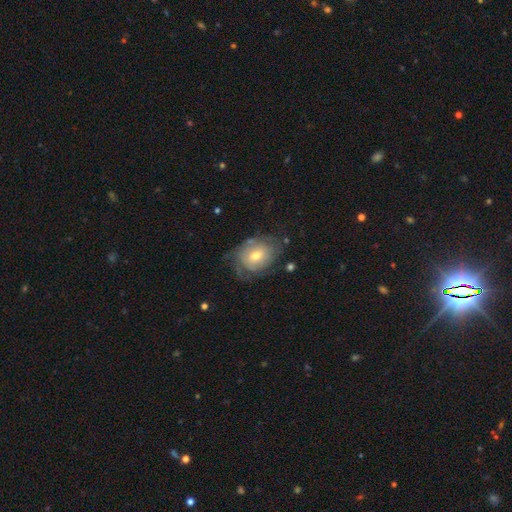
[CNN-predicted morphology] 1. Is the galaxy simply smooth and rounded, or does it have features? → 60% featured or disk, 32% smooth, 8% star or artifact.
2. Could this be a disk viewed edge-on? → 95% no, 5% yes.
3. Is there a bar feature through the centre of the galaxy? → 64% no, 31% weak, 5% strong.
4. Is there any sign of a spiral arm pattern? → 75% yes, 25% no.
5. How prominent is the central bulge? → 65% moderate, 28% small, 5% large, 1% none, 1% dominant.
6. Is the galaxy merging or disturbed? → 58% none, 26% minor disturbance, 13% major disturbance, 2% merger.